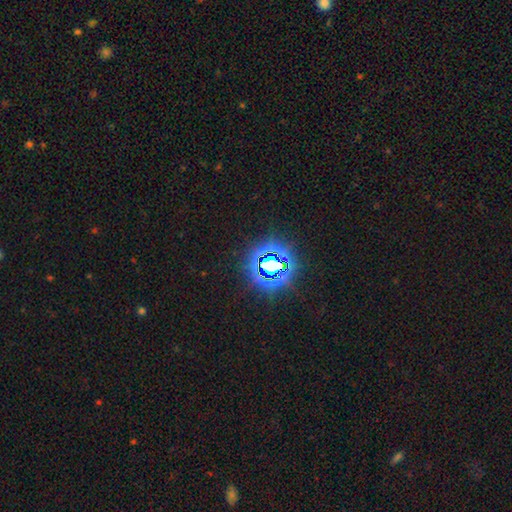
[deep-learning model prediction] smooth-or-featured: star or artifact: 77% | smooth: 18% | featured or disk: 5%